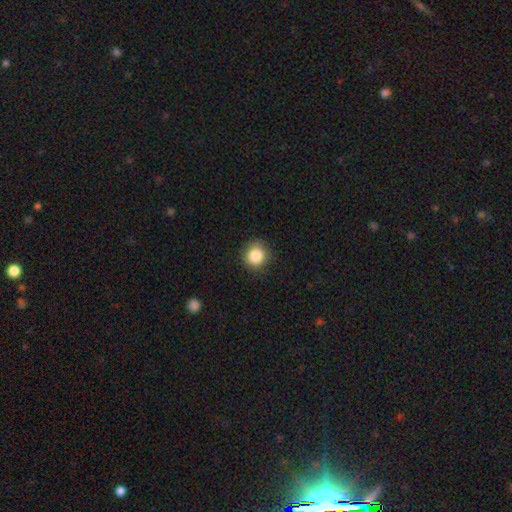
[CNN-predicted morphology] Smooth or featured? Predicted: smooth (p=0.85). How rounded? Predicted: round (p=0.89). Merging? Predicted: none (p=0.88).